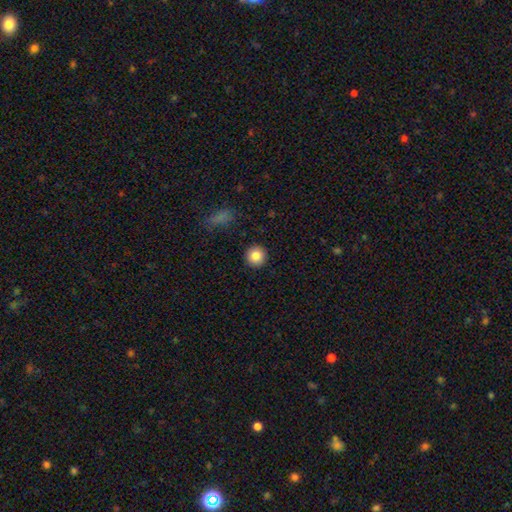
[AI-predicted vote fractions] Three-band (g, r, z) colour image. It shows a smooth galaxy with no disk features (85%) that is round (95%). Merging: none (92%).